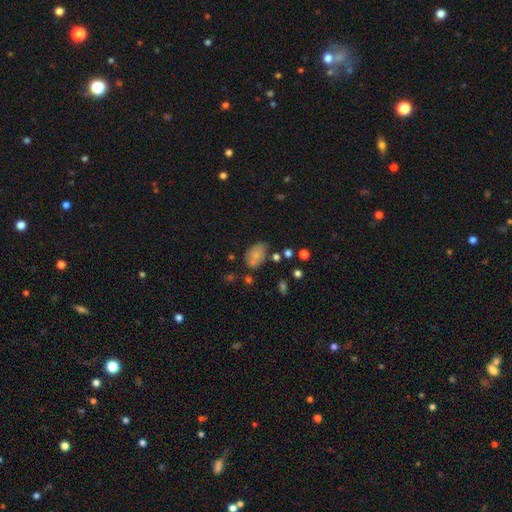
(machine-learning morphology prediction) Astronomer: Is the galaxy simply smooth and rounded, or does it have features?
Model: smooth — 77%.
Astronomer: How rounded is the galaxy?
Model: in between — 87%.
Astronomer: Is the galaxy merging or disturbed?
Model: none — 61%.